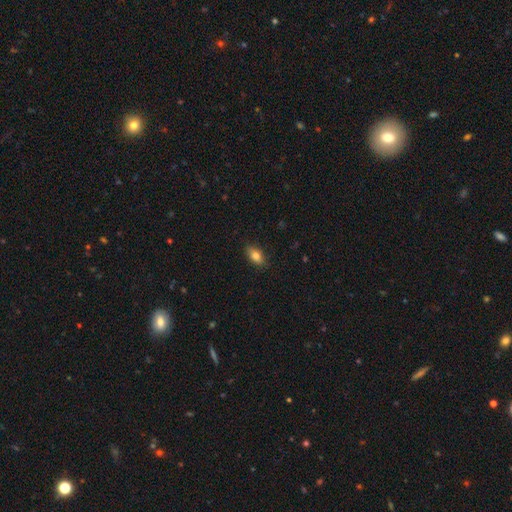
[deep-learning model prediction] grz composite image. It shows a smooth galaxy with no disk features (83%) that is in between round and cigar-shaped (88%). Merging: none (86%).